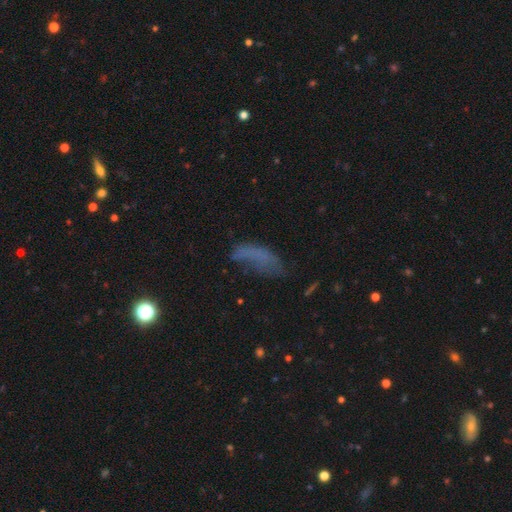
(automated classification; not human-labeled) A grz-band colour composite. It shows a smooth galaxy with no disk features (53%) that is in between round and cigar-shaped (65%). Merging: major disturbance (35%).